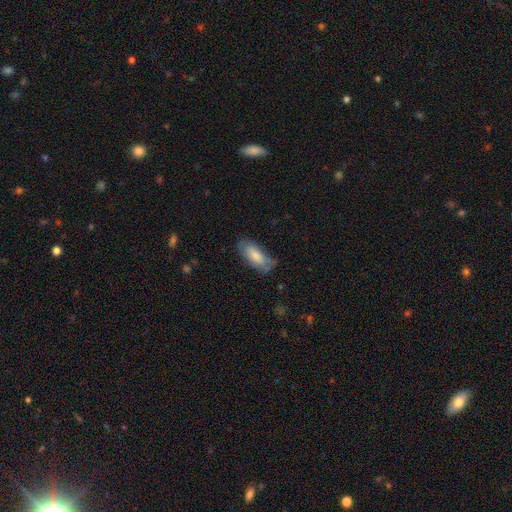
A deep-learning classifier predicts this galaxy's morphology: type=smooth (78%); roundness=in between (79%); merging=none (62%).